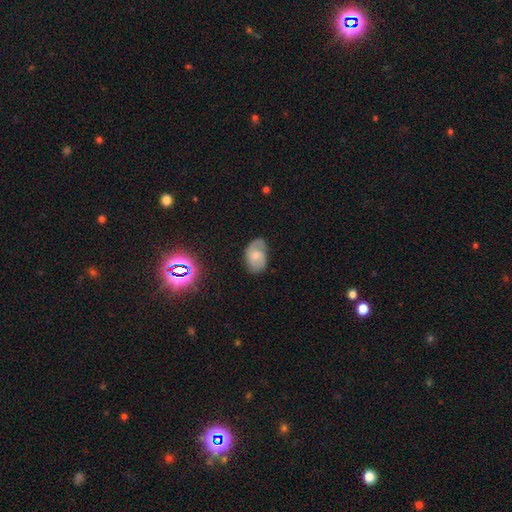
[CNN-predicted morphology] Smooth or featured?
  - featured or disk: 45% * (tied)
  - smooth: 45% * (tied)
  - star or artifact: 10%
Merging?
  - none: 62% *
  - minor disturbance: 28%
  - major disturbance: 9%
  - merger: 2%